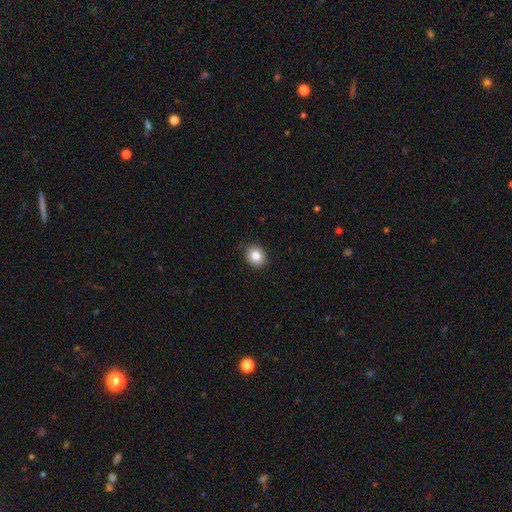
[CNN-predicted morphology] Overall: smooth (83%). How rounded: round (69%; in between 31%). Merging: none (86%).